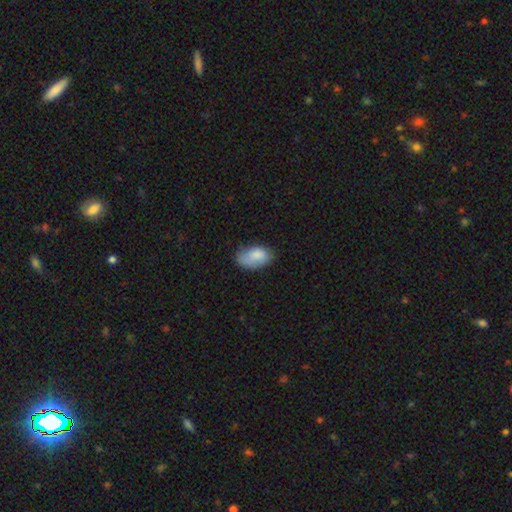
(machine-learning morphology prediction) A smooth galaxy with no disk features (83%) that is in between round and cigar-shaped (93%).

Vote fractions:
- Smooth or featured? smooth: 83% / featured or disk: 9% / star or artifact: 7%
- How rounded? in between: 93% / round: 5% / cigar-shaped: 2%
- Merging? none: 55% / minor disturbance: 33% / major disturbance: 9% / merger: 3%